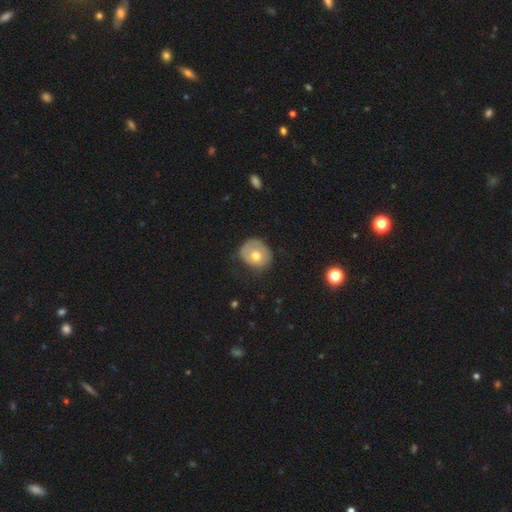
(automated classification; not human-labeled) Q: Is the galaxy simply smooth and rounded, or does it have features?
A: smooth — 63%.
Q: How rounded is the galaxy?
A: round — 70%.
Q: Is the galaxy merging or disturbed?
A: none — 60%.